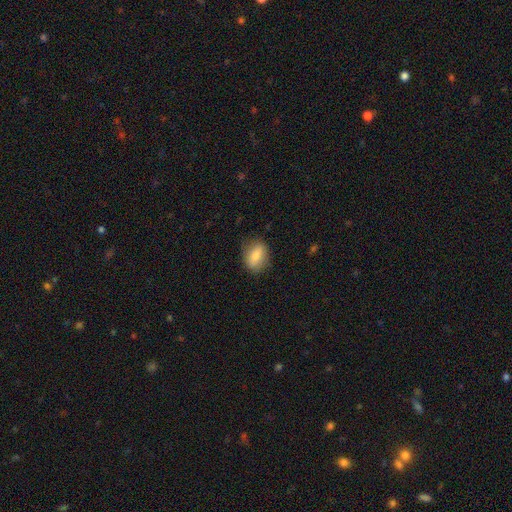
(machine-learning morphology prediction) smooth 78%, featured or disk 15%, star or artifact 7%. Down the decision tree: how rounded — in between (74%); merging — none (80%).